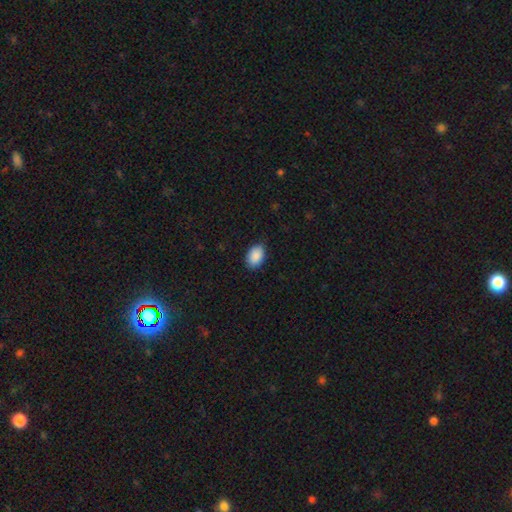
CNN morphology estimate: Smooth or featured? Predicted: smooth (p=0.90). How rounded? Predicted: in between (p=0.89). Merging? Predicted: none (p=0.86).